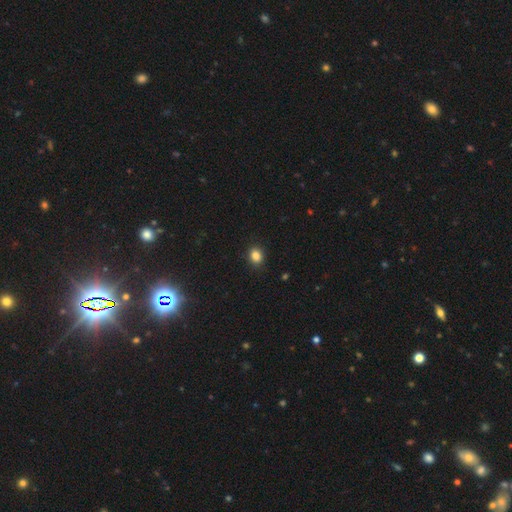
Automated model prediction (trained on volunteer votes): Overall: smooth (85%). How rounded: round (54%; in between 45%). Merging: none (89%).